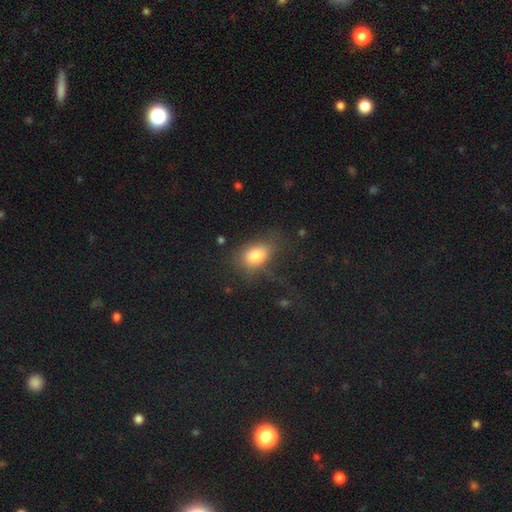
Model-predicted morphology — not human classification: Smooth or featured?
  - smooth: 79% *
  - featured or disk: 11%
  - star or artifact: 10%
How rounded?
  - in between: 76% *
  - round: 23%
  - cigar-shaped: 2%
Merging?
  - none: 53% *
  - minor disturbance: 23%
  - major disturbance: 21%
  - merger: 3%